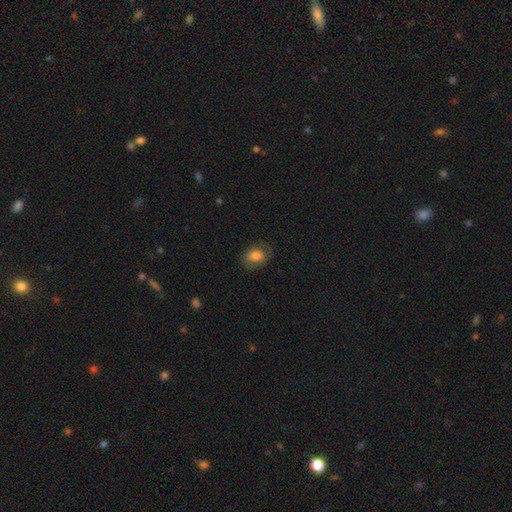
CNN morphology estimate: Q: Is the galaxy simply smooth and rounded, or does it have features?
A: smooth — 74%.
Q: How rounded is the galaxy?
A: in between — 69%.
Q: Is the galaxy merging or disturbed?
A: none — 72%.